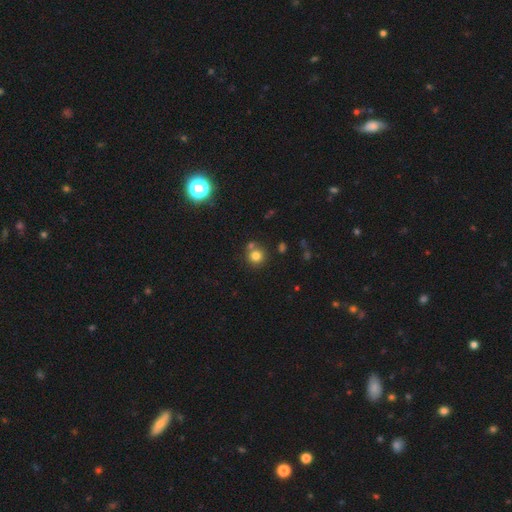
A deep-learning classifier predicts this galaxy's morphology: This is likely a smooth galaxy (78%). How rounded: clearly round (92%). Merging: likely none (68%).